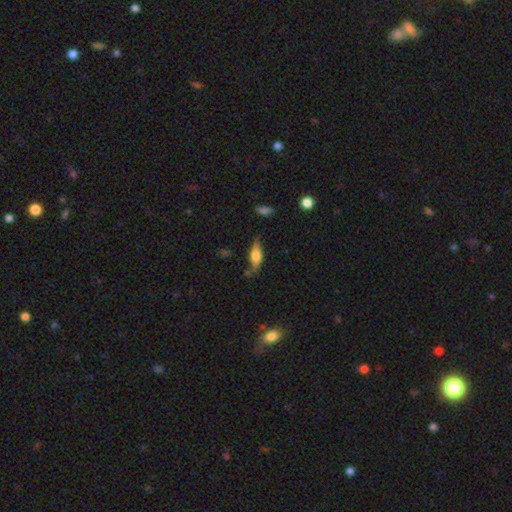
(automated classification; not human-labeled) Q: Smooth or featured?
A: smooth (62%); runner-up: featured or disk (31%)
Q: How rounded?
A: in between (66%); runner-up: cigar-shaped (30%)
Q: Merging?
A: none (65%); runner-up: minor disturbance (25%)